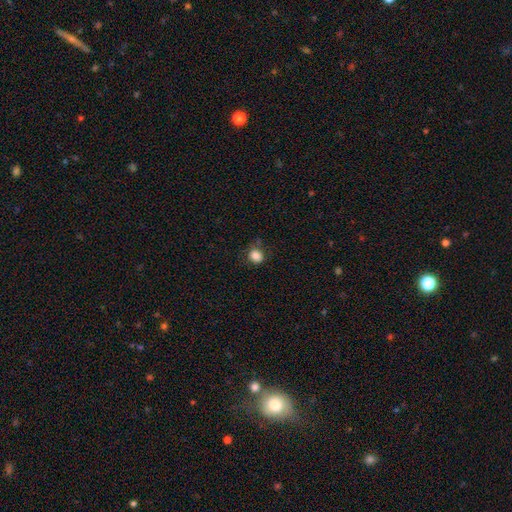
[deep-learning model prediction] Morphology: type=smooth (85%); roundness=round (67%); merging=none (71%).